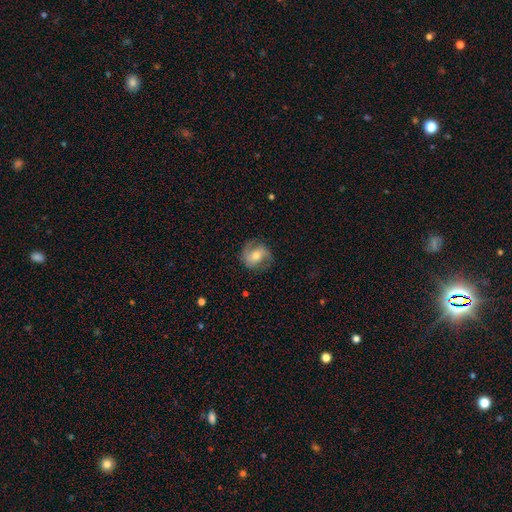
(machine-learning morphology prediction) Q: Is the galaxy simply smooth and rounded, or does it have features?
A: featured or disk — 72%.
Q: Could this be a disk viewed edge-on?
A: no — 97%.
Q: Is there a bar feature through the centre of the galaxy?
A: no — 42%.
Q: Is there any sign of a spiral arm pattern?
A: yes — 92%.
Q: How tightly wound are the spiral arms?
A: medium — 48%.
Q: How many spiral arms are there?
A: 2 — 87%.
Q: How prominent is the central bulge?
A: moderate — 60%.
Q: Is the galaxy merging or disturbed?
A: none — 77%.